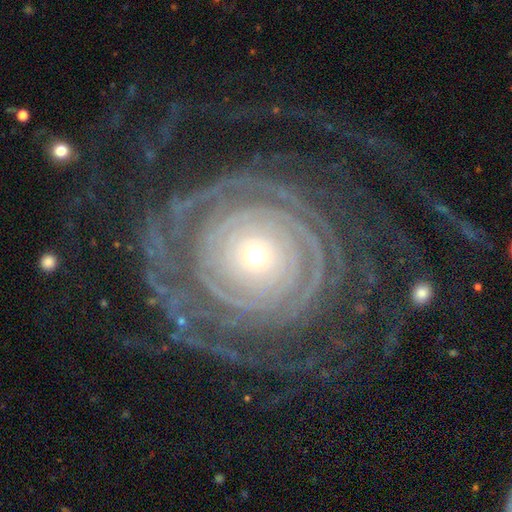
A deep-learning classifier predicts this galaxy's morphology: Smooth or featured? Predicted: featured or disk (p=0.89). Edge-on disk? Predicted: no (p=0.97). Bar? Predicted: no (p=0.82). Spiral arms? Predicted: yes (p=0.96). Spiral winding? Predicted: tight (p=0.84). Spiral arm count? Predicted: can't tell (p=0.25). Bulge size? Predicted: small (p=0.59). Merging? Predicted: none (p=0.68).